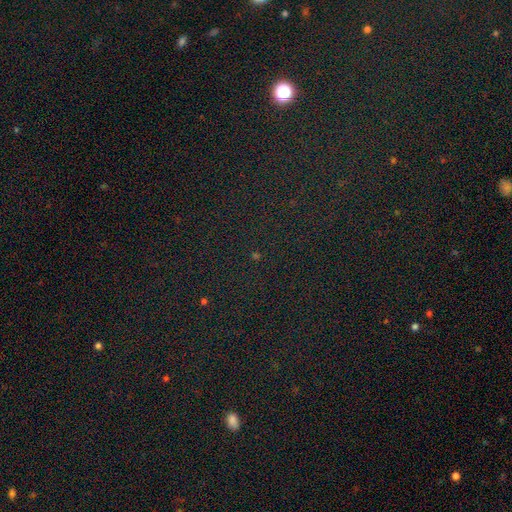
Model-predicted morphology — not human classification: Smooth or featured? star or artifact (79%)